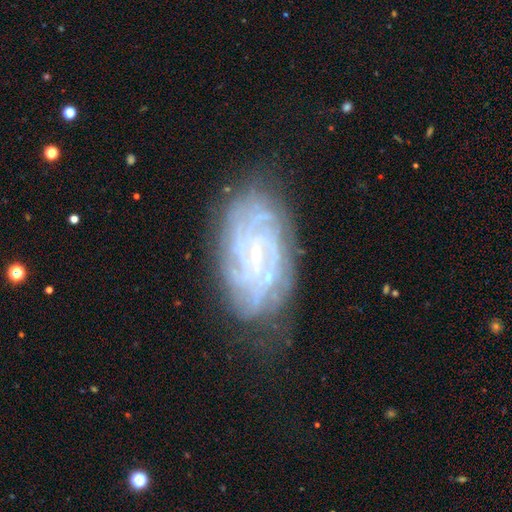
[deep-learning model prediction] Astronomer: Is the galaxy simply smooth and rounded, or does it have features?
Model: featured or disk — 85%.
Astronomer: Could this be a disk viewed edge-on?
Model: no — 96%.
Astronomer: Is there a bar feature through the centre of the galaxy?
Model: no — 47% (runner-up: weak, 39%).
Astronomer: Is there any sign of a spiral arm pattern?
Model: yes — 97%.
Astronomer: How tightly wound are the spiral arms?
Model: tight — 73%.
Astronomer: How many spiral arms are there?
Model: can't tell — 28% (runner-up: 4, 21%).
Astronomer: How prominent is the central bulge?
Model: small — 81%.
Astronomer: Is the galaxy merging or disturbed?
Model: none — 75%.